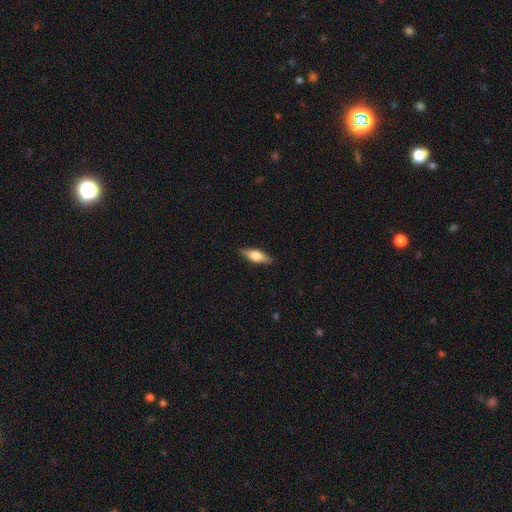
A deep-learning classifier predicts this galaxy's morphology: This appears to be a smooth galaxy with no disk features (62%) that is in between round and cigar-shaped (62%). Merging: none (88%).